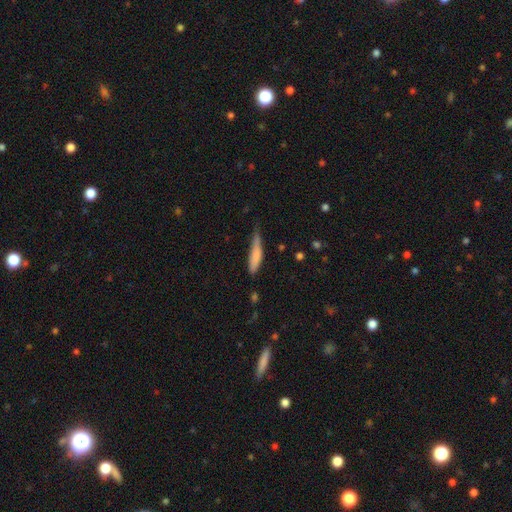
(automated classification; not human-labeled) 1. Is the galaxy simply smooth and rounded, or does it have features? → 78% smooth, 16% featured or disk, 6% star or artifact.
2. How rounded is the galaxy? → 80% cigar-shaped, 19% in between, 2% round.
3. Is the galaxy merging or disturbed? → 44% minor disturbance, 41% none, 12% major disturbance, 3% merger.